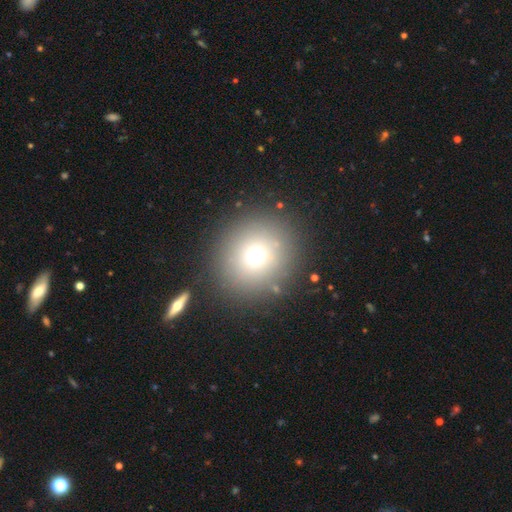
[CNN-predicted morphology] smooth_or_featured: smooth (p=0.70) [alt: star or artifact p=0.18]
how_rounded: round (p=0.90) [alt: in between p=0.09]
merging: none (p=0.86) [alt: minor disturbance p=0.07]